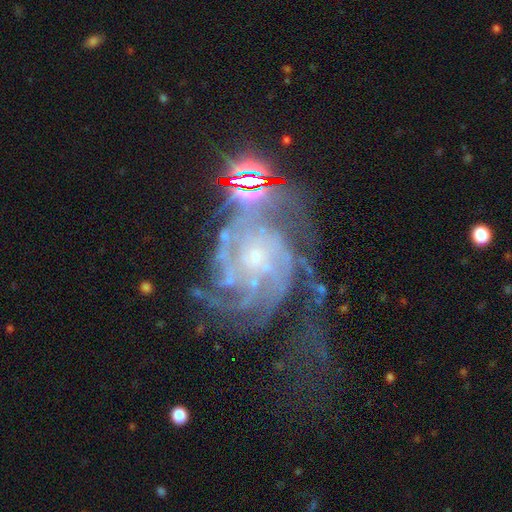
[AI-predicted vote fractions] The model was most divided on "spiral arm count": 4: 24%, can't tell: 22%, more than 4: 19%, 3: 16%, 2: 11%, 1: 8%. Remaining: spiral arms — yes (98%); edge-on disk — no (97%); smooth or featured — featured or disk (86%); bulge size — small (74%); spiral winding — tight (70%); bar — no (69%); merging — none (48%).